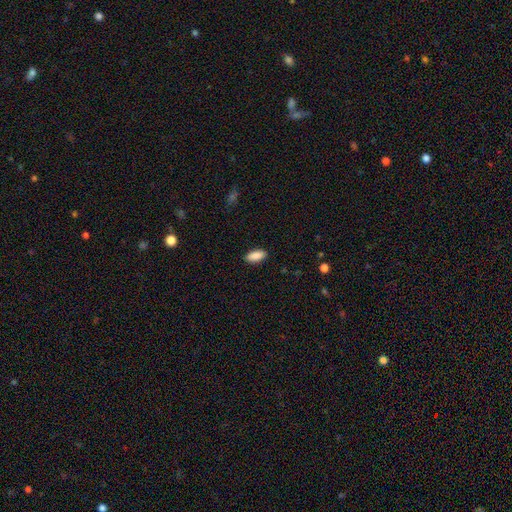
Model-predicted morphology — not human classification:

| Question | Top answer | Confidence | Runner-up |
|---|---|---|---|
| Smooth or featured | smooth | 89% | star or artifact (6%) |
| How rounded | in between | 86% | cigar-shaped (12%) |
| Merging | none | 89% | minor disturbance (8%) |